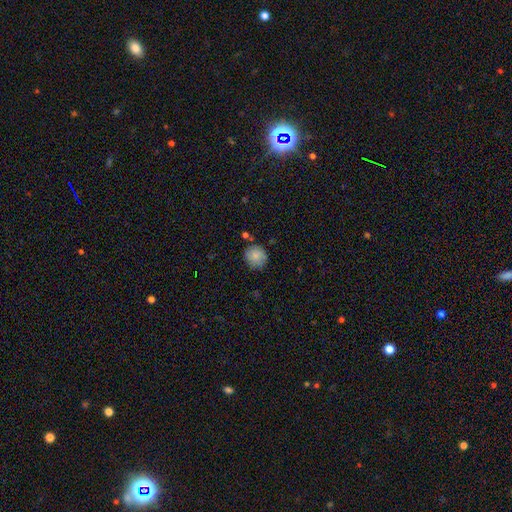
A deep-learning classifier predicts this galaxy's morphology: This appears to be a smooth galaxy with no disk features (84%) that is round (87%). Merging: none (79%).